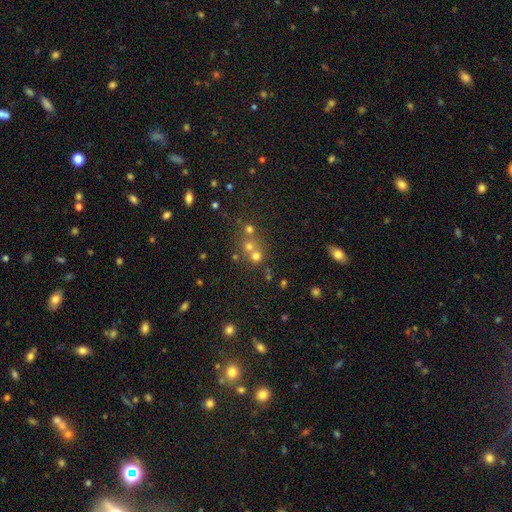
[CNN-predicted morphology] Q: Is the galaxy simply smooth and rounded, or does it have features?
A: smooth — 61%.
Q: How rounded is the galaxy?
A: round — 87%.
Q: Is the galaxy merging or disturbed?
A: none — 48%.